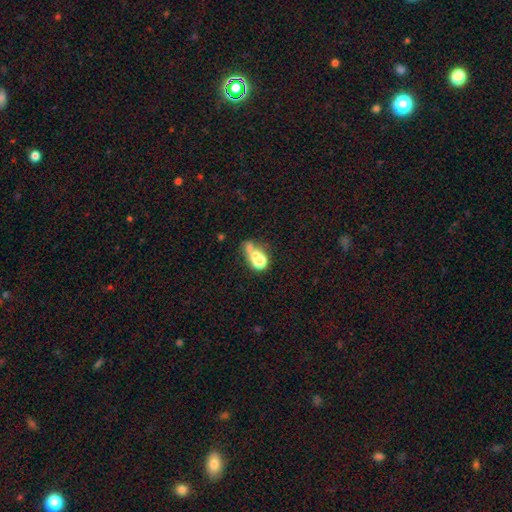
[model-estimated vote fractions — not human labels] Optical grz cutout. It shows a smooth galaxy with no disk features (55%) that is round (56%). Merging: merger (50%).